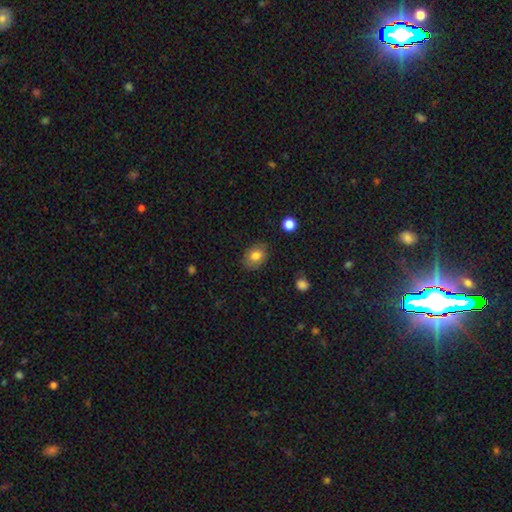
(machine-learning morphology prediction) Smooth or featured?
  - smooth: 79% *
  - featured or disk: 12%
  - star or artifact: 9%
How rounded?
  - in between: 68% *
  - round: 31%
  - cigar-shaped: 1%
Merging?
  - none: 82% *
  - minor disturbance: 14%
  - major disturbance: 3%
  - merger: 1%